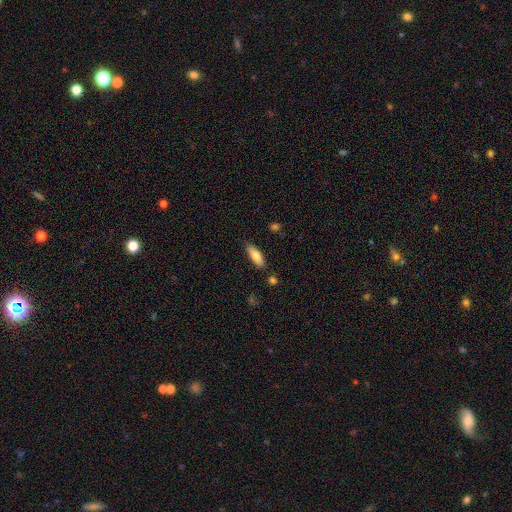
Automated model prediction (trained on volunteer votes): This is likely a smooth galaxy (79%). How rounded: likely in between (65%). Merging: clearly none (83%).